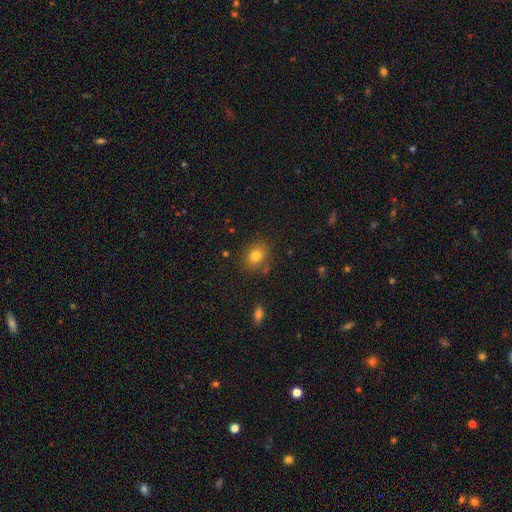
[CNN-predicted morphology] Smooth or featured: smooth — 79% (star or artifact — 12%)
How rounded: round — 55% (in between — 44%)
Merging: none — 81% (minor disturbance — 13%)